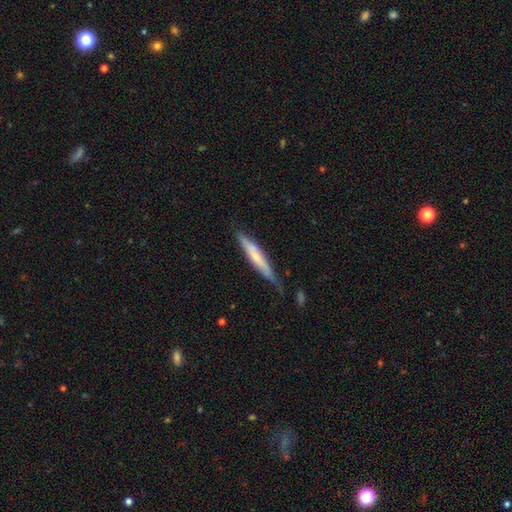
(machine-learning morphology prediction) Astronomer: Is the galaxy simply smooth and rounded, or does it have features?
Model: smooth — 53% (runner-up: featured or disk, 41%).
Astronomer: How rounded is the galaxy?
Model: cigar-shaped — 93%.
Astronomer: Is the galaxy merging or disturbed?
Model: none — 70%.